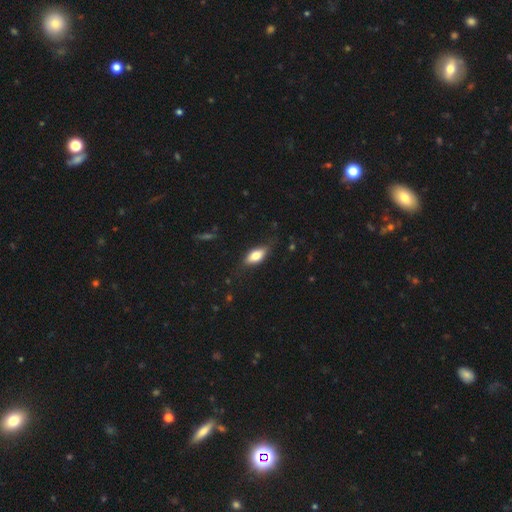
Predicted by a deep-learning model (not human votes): smooth-or-featured: smooth: 74% | featured or disk: 19% | star or artifact: 7%
  how-rounded: in between: 83% | cigar-shaped: 14% | round: 4%
  merging: none: 76% | minor disturbance: 18% | major disturbance: 5% | merger: 1%